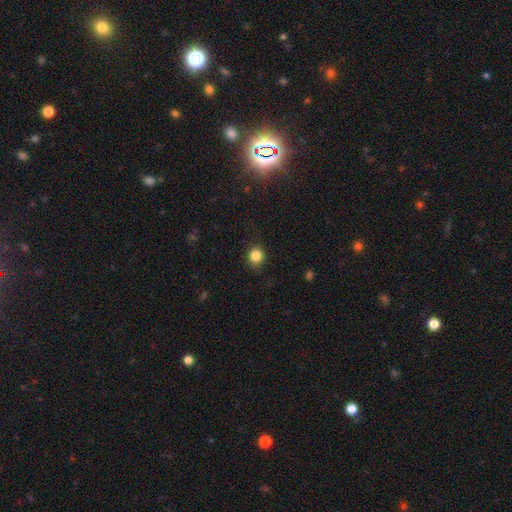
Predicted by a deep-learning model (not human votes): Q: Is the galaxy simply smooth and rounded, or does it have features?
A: smooth — 84%.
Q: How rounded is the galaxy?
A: round — 85%.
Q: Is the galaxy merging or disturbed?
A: none — 88%.